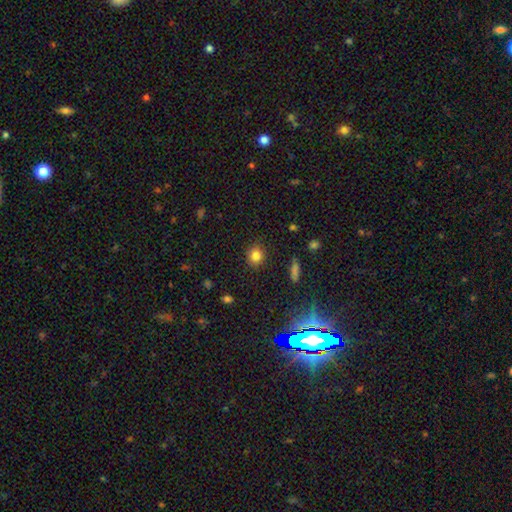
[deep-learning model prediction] A smooth galaxy with no disk features (82%) that is round (82%).

Vote fractions:
- Smooth or featured? smooth: 82% / star or artifact: 12% / featured or disk: 6%
- How rounded? round: 82% / in between: 17% / cigar-shaped: 1%
- Merging? none: 86% / minor disturbance: 10% / major disturbance: 3% / merger: 1%